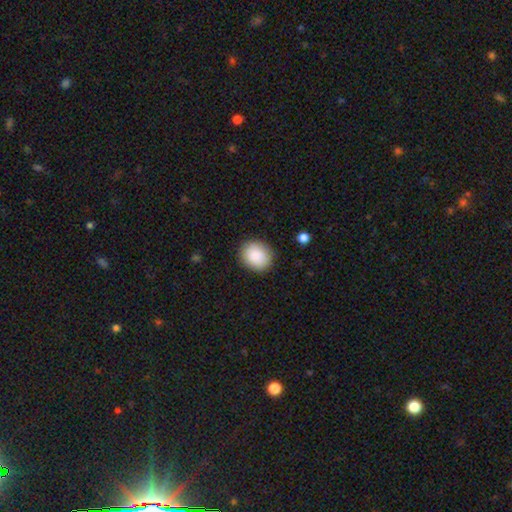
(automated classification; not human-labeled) Smooth or featured? smooth (88%)
How rounded? round (66%)
Merging? none (87%)